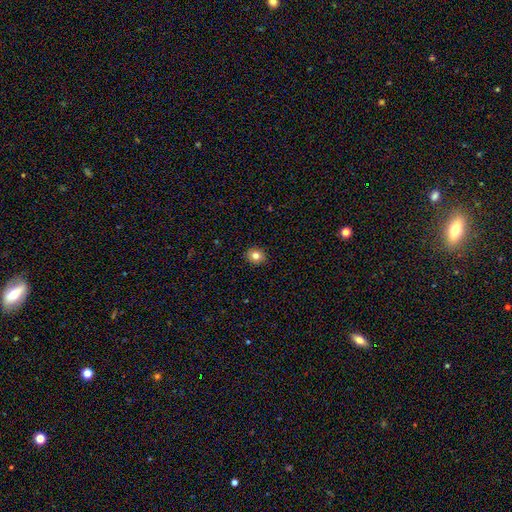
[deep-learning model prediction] Smooth or featured?
  - smooth: 80% *
  - star or artifact: 11%
  - featured or disk: 9%
How rounded?
  - round: 72% *
  - in between: 27%
  - cigar-shaped: 1%
Merging?
  - none: 91% *
  - minor disturbance: 7%
  - major disturbance: 2%
  - merger: 1%